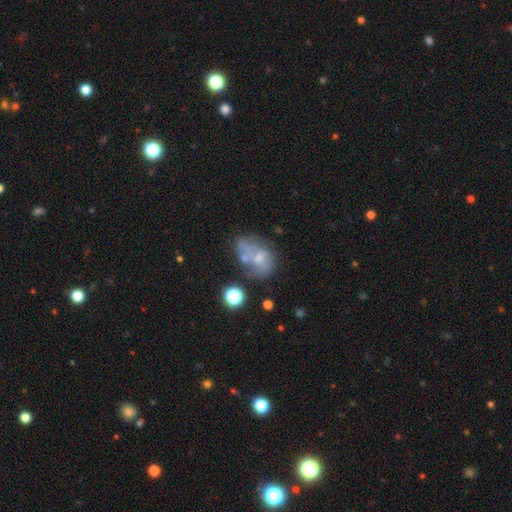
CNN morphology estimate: A smooth galaxy with no disk features (43%).

Vote fractions:
- Smooth or featured? smooth: 43% / featured or disk: 39% / star or artifact: 18%
- Merging? none: 32% / merger: 26% / minor disturbance: 22% / major disturbance: 21%